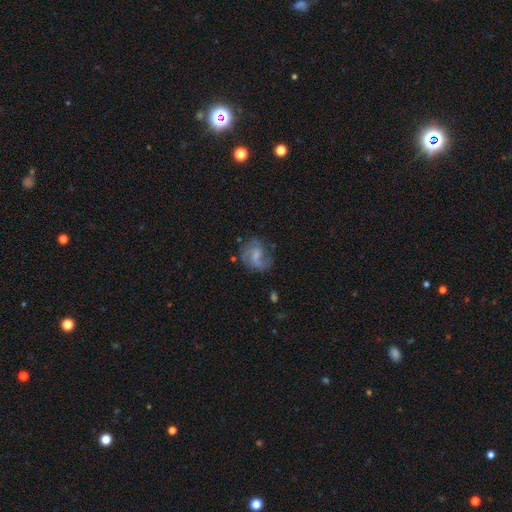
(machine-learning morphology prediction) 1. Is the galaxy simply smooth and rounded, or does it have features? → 60% featured or disk, 31% smooth, 9% star or artifact.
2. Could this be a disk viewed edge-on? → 97% no, 3% yes.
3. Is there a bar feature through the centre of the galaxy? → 51% weak, 36% no, 13% strong.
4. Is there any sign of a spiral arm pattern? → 81% yes, 19% no.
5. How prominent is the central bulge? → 35% small, 29% moderate, 29% none, 5% large, 1% dominant.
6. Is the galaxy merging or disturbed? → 56% none, 22% minor disturbance, 18% major disturbance, 3% merger.